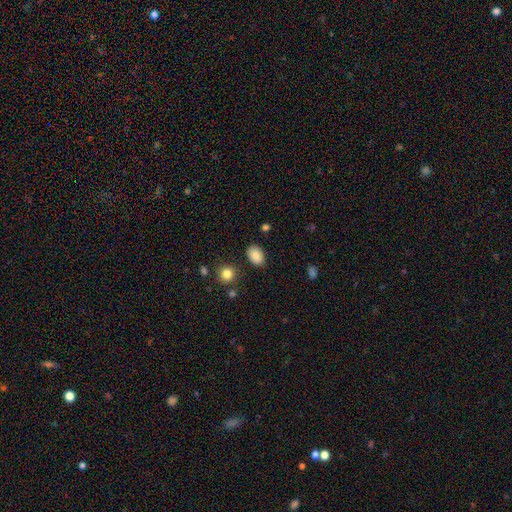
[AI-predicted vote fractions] smooth_or_featured: smooth (p=0.86) [alt: star or artifact p=0.08]
how_rounded: in between (p=0.82) [alt: round p=0.17]
merging: none (p=0.84) [alt: minor disturbance p=0.11]